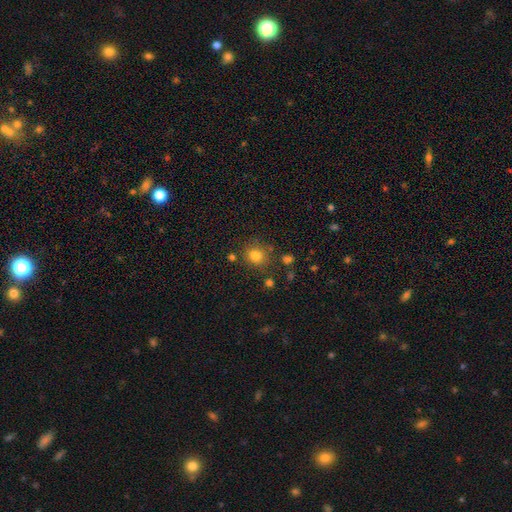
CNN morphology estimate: smooth 79%, star or artifact 14%, featured or disk 7%. Down the decision tree: how rounded — round (76%); merging — none (77%).